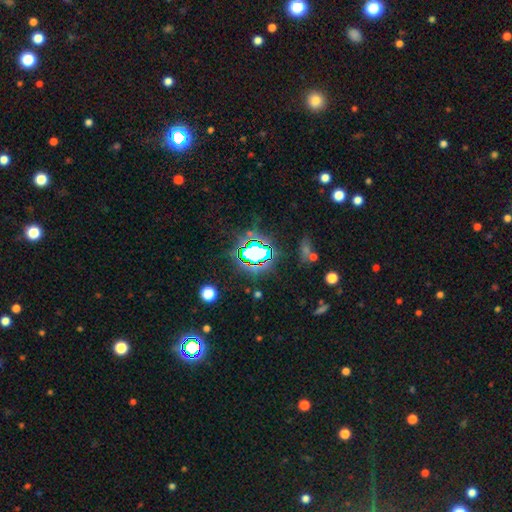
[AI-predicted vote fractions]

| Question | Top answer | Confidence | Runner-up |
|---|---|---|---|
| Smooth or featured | star or artifact | 68% | smooth (20%) |